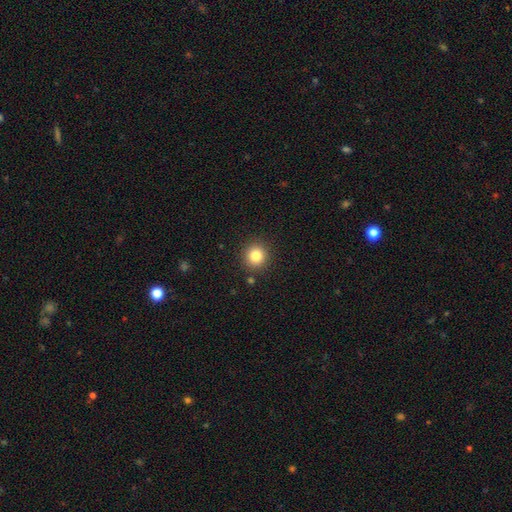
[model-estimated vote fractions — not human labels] Smooth or featured? smooth (83%)
How rounded? round (92%)
Merging? none (89%)